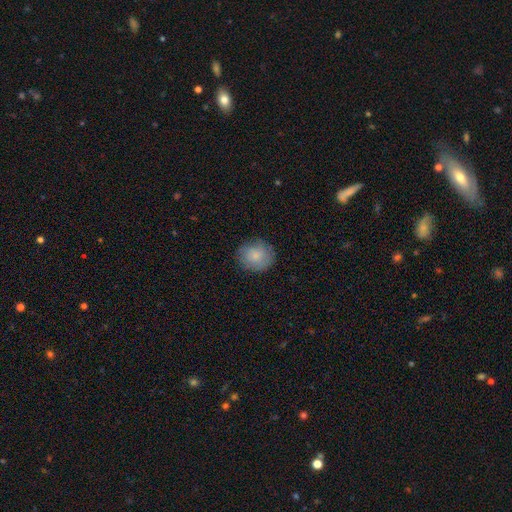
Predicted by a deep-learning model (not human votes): This is likely a smooth galaxy (79%). How rounded: likely round (80%). Merging: likely none (78%).